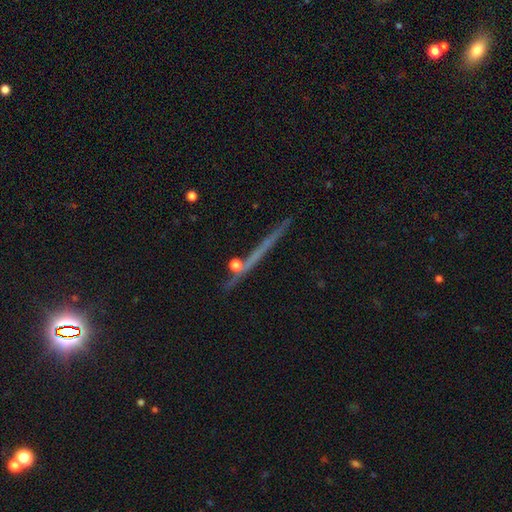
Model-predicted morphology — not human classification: Smooth or featured?
  - featured or disk: 52% *
  - smooth: 26%
  - star or artifact: 22%
Edge-on disk?
  - yes: 91% *
  - no: 9%
Merging?
  - none: 78% *
  - minor disturbance: 10%
  - merger: 7%
  - major disturbance: 5%